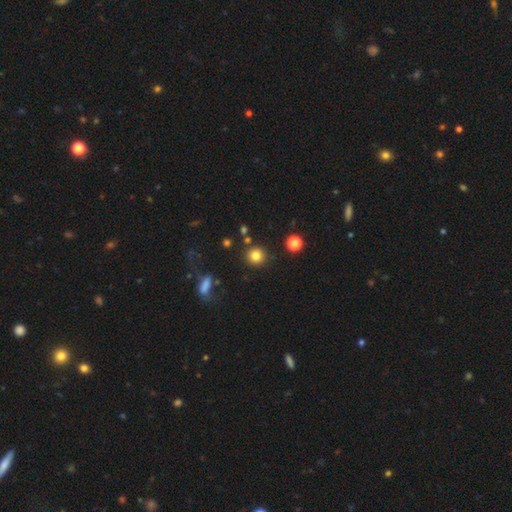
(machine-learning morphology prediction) smooth 81%, star or artifact 13%, featured or disk 6%. Down the decision tree: how rounded — round (92%); merging — none (86%).